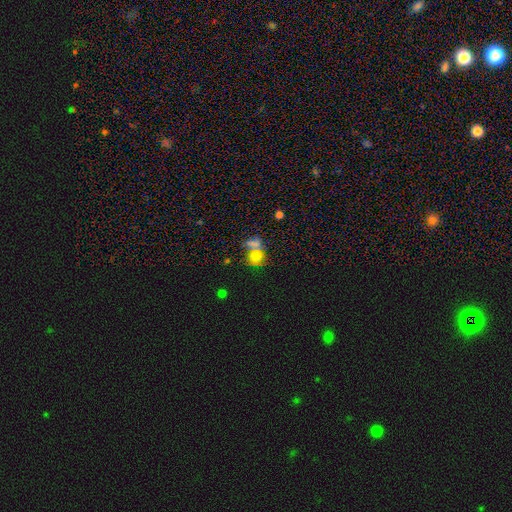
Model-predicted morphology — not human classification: This appears to be a smooth galaxy with no disk features (65%) that is round (57%). Merging: merger (49%).